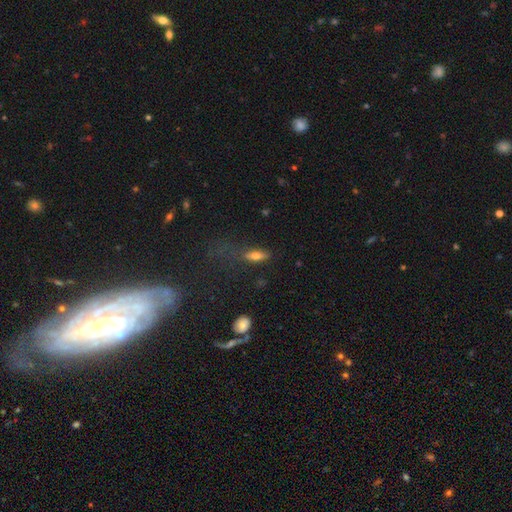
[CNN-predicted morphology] Smooth or featured: smooth — 68% (featured or disk — 22%)
How rounded: in between — 59% (cigar-shaped — 36%)
Merging: none — 68% (minor disturbance — 19%)